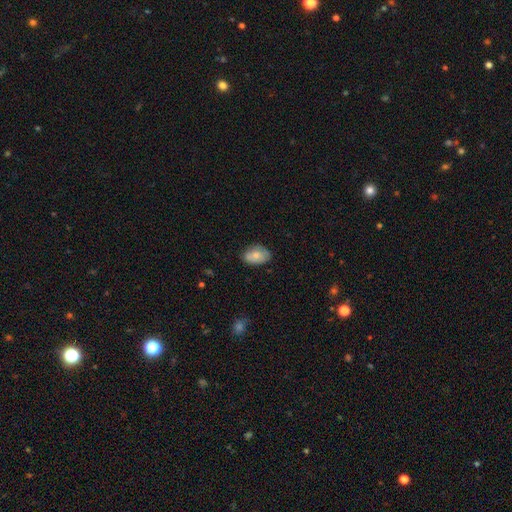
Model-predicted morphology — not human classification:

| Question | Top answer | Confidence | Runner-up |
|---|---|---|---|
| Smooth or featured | smooth | 74% | featured or disk (19%) |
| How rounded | in between | 88% | round (11%) |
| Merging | none | 73% | minor disturbance (22%) |